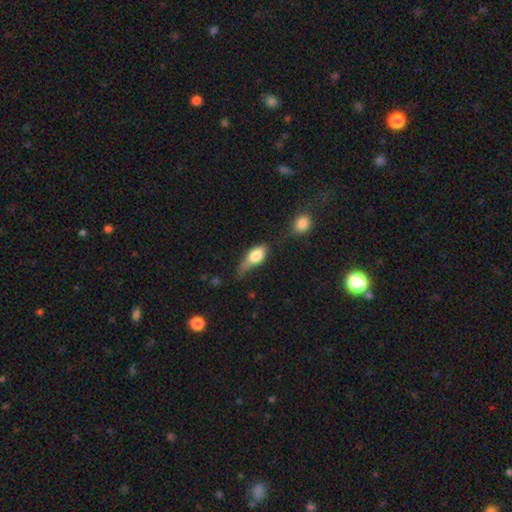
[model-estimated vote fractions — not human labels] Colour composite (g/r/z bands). It shows a smooth galaxy with no disk features (73%) that is in between round and cigar-shaped (81%). Merging: minor disturbance (36%).